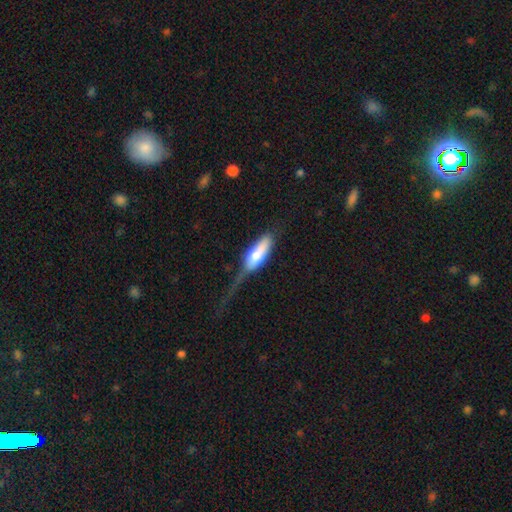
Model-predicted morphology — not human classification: smooth-or-featured: smooth: 68% | featured or disk: 26% | star or artifact: 6%
  how-rounded: in between: 61% | cigar-shaped: 37% | round: 3%
  merging: major disturbance: 41% | minor disturbance: 29% | none: 24% | merger: 6%